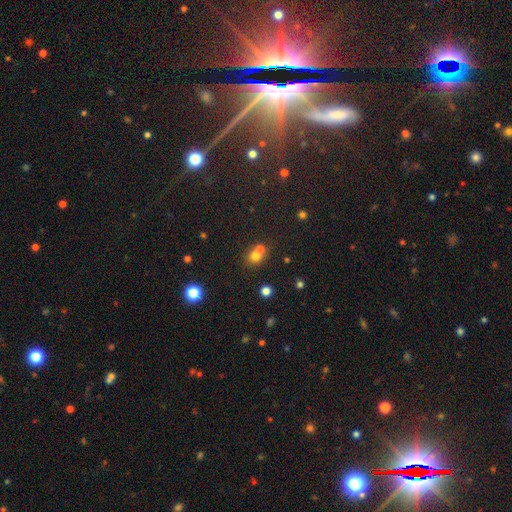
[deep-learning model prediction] A smooth galaxy with no disk features (69%) that is round (82%). Merging: merger (48%).